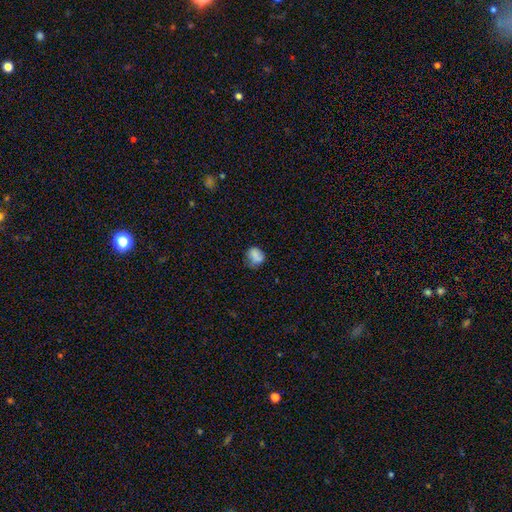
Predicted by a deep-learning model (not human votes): Smooth or featured? Predicted: smooth (p=0.78). How rounded? Predicted: round (p=0.54). Merging? Predicted: none (p=0.57).